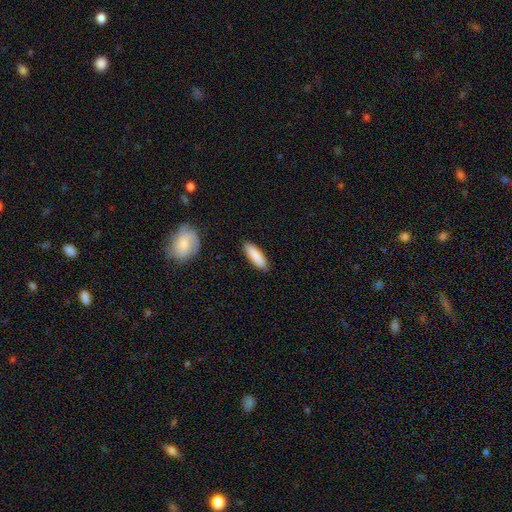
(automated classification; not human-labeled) This is clearly a smooth galaxy (86%). How rounded: possibly cigar-shaped (56%). Merging: clearly none (88%).